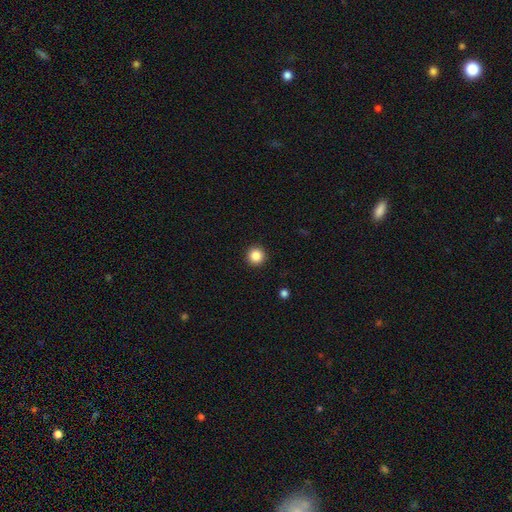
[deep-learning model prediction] The model was most divided on "smooth or featured": smooth: 86%, star or artifact: 10%, featured or disk: 4%. More confident: how rounded — round (96%); merging — none (93%).